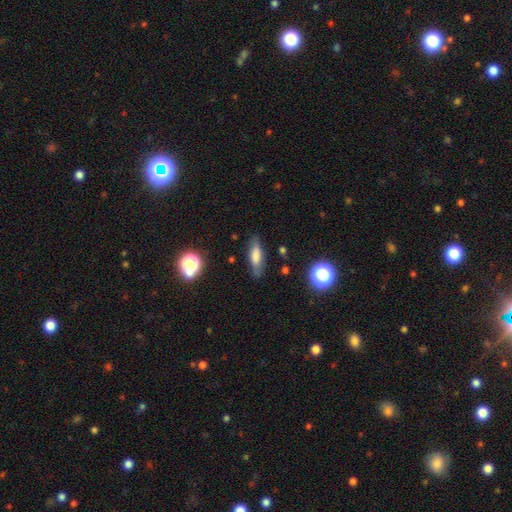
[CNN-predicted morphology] smooth_or_featured: smooth (p=0.68) [alt: featured or disk p=0.22]
how_rounded: in between (p=0.49) [alt: cigar-shaped p=0.48]
merging: none (p=0.80) [alt: minor disturbance p=0.14]